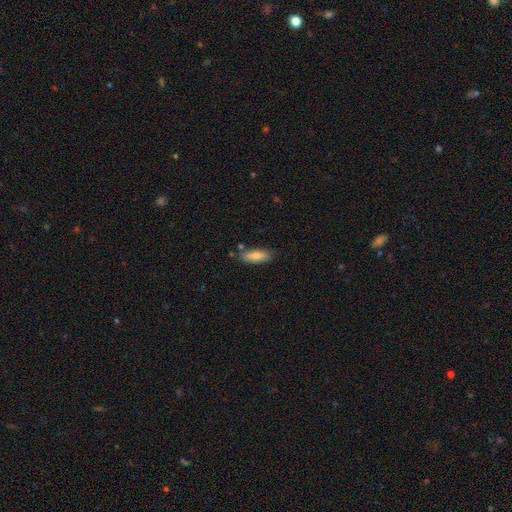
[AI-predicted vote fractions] This is likely a smooth galaxy (78%). How rounded: likely in between (61%). Merging: likely none (78%).